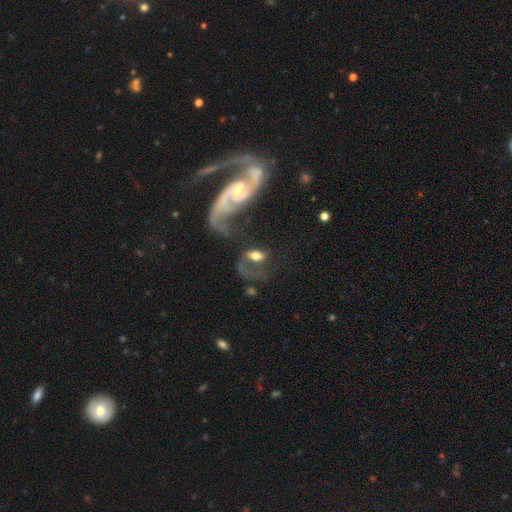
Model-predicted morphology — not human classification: smooth_or_featured: featured or disk (p=0.51) [alt: smooth p=0.39]
disk_edge_on: no (p=0.91) [alt: yes p=0.09]
merging: major disturbance (p=0.34) [alt: none p=0.28]